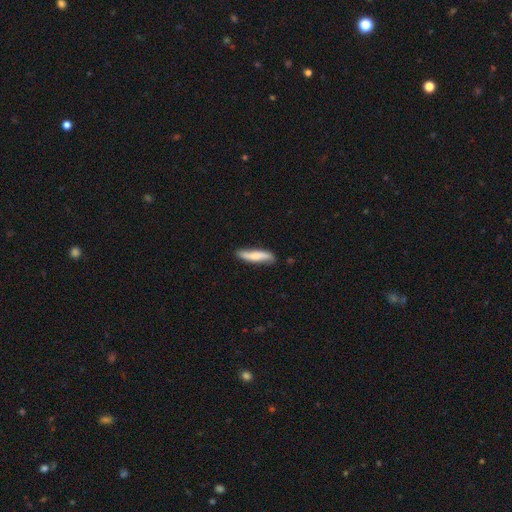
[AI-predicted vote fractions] This is possibly a smooth galaxy (59%). How rounded: clearly cigar-shaped (83%). Merging: likely none (79%).